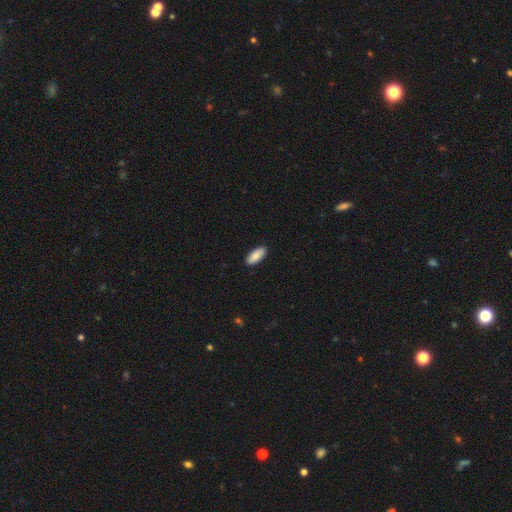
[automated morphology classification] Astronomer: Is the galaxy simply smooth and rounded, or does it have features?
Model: smooth — 88%.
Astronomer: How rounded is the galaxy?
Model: in between — 83%.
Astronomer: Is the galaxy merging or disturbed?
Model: none — 90%.